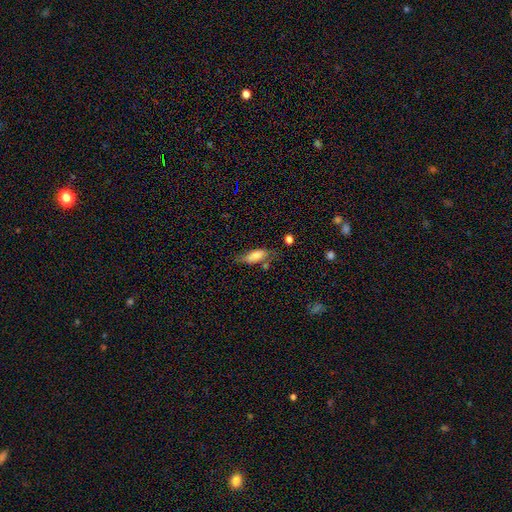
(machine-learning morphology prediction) A smooth galaxy with no disk features (76%) that is in between round and cigar-shaped (76%). Merging: none (52%).